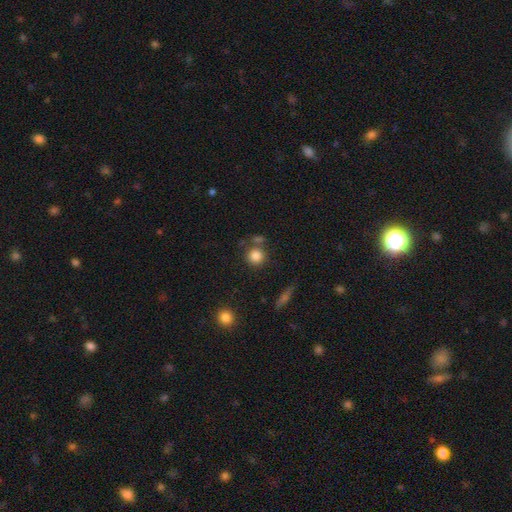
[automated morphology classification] This appears to be a smooth galaxy with no disk features (83%) that is round (91%). Merging: none (70%).